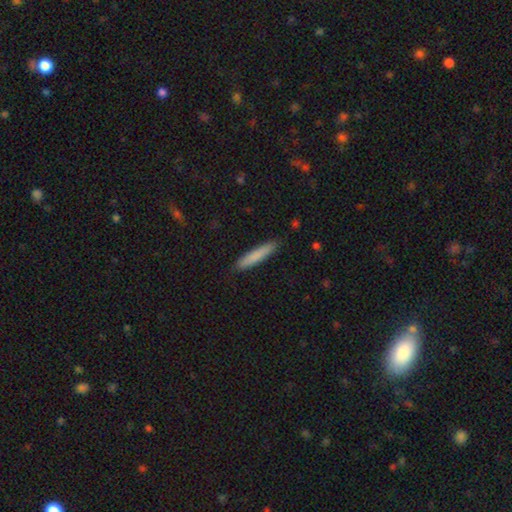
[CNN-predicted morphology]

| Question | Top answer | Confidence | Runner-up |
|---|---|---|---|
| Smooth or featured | smooth | 82% | featured or disk (12%) |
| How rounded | cigar-shaped | 92% | in between (7%) |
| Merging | none | 88% | minor disturbance (9%) |